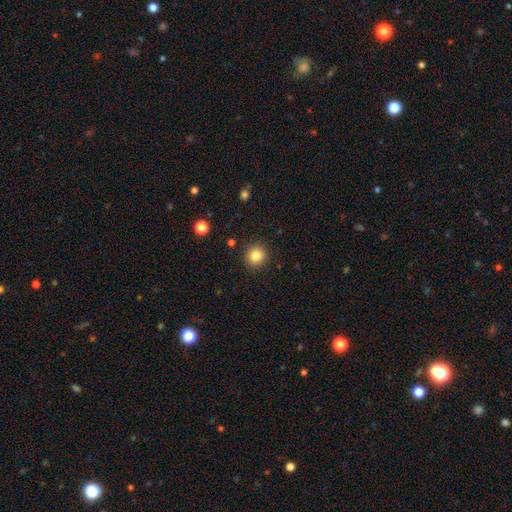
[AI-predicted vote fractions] smooth_or_featured: smooth (p=0.83) [alt: star or artifact p=0.11]
how_rounded: round (p=0.93) [alt: in between p=0.07]
merging: none (p=0.90) [alt: minor disturbance p=0.06]